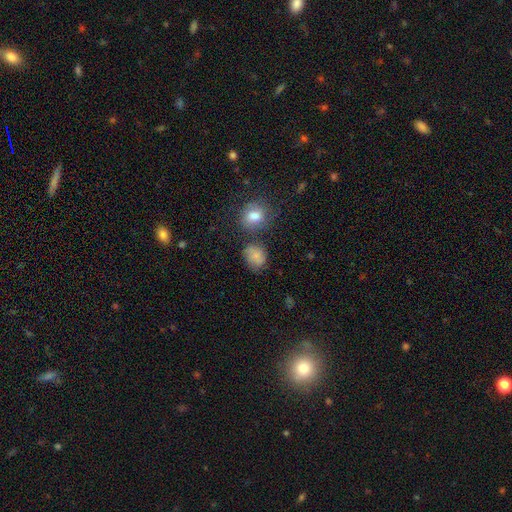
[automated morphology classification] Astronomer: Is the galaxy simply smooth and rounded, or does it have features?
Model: smooth — 76%.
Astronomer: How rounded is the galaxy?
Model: round — 52% (runner-up: in between, 47%).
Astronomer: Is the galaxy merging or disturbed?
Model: none — 60%.